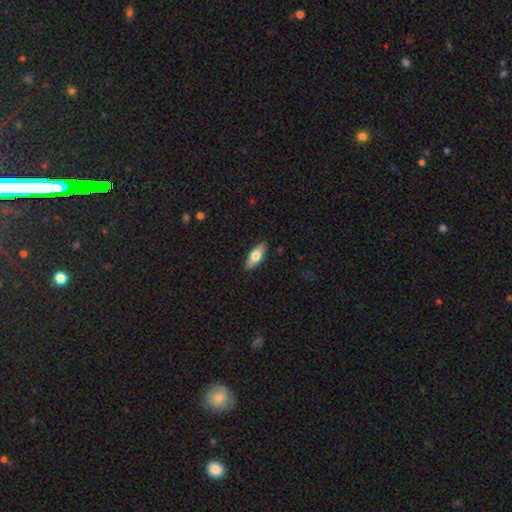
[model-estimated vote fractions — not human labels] smooth-or-featured: smooth: 62% | featured or disk: 32% | star or artifact: 6%
  how-rounded: in between: 66% | cigar-shaped: 31% | round: 3%
  merging: none: 89% | minor disturbance: 9% | major disturbance: 2% | merger: 1%